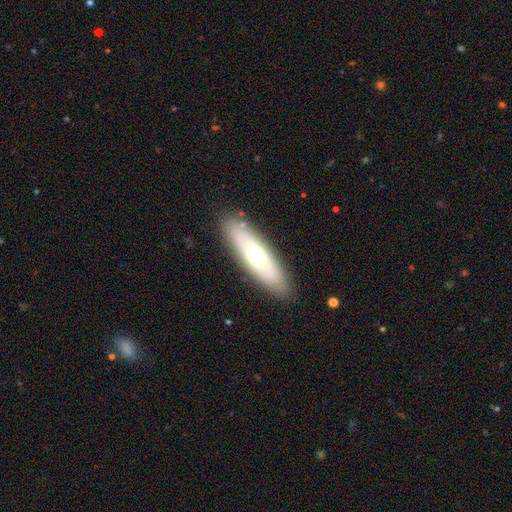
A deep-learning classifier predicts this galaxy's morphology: smooth_or_featured: smooth (p=0.50) [alt: featured or disk p=0.43]
how_rounded: in between (p=0.54) [alt: cigar-shaped p=0.44]
merging: none (p=0.85) [alt: minor disturbance p=0.10]